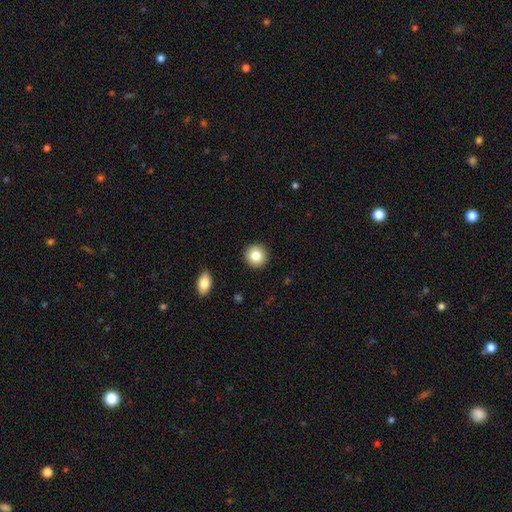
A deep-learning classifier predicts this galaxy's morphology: smooth_or_featured: smooth (p=0.82) [alt: star or artifact p=0.09]
how_rounded: round (p=0.93) [alt: in between p=0.06]
merging: none (p=0.92) [alt: minor disturbance p=0.05]